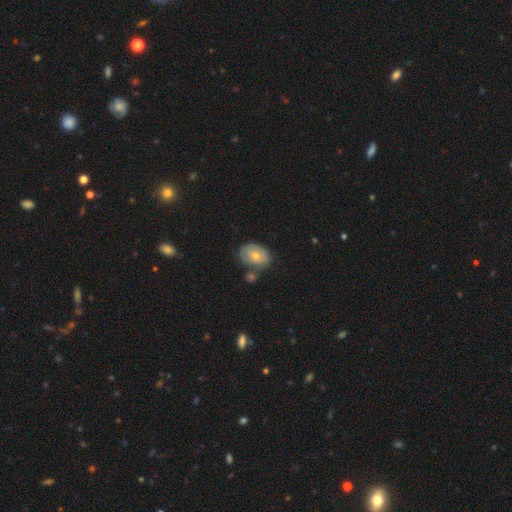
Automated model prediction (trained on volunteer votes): smooth_or_featured: smooth (p=0.60) [alt: featured or disk p=0.34]
how_rounded: in between (p=0.73) [alt: round p=0.26]
merging: none (p=0.48) [alt: minor disturbance p=0.24]